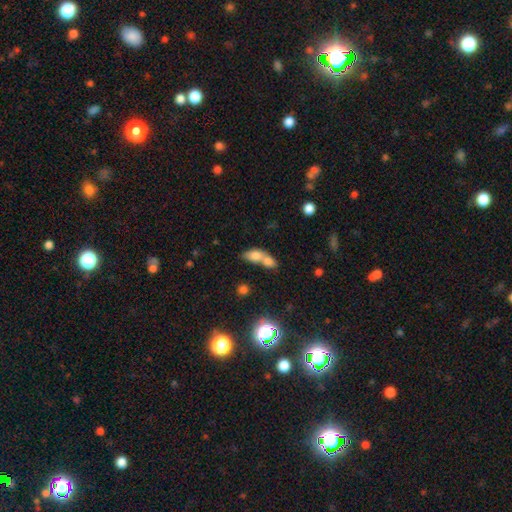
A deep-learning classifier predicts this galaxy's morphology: Smooth or featured?
  - smooth: 73% *
  - featured or disk: 17%
  - star or artifact: 11%
How rounded?
  - in between: 77% *
  - round: 15%
  - cigar-shaped: 9%
Merging?
  - merger: 71% *
  - none: 19%
  - minor disturbance: 7%
  - major disturbance: 4%